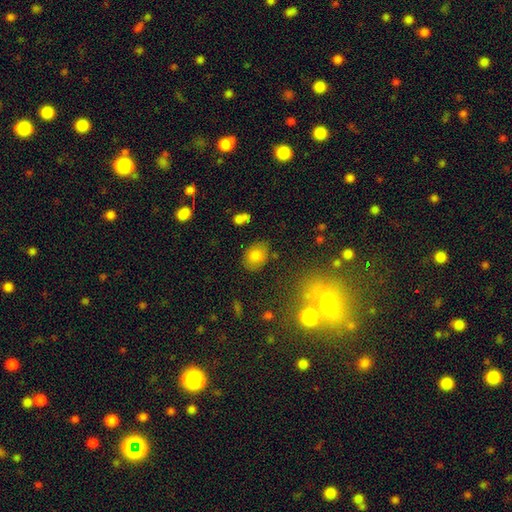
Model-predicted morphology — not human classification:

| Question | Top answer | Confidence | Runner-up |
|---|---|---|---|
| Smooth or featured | smooth | 79% | star or artifact (11%) |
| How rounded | in between | 62% | round (37%) |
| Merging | none | 78% | minor disturbance (14%) |